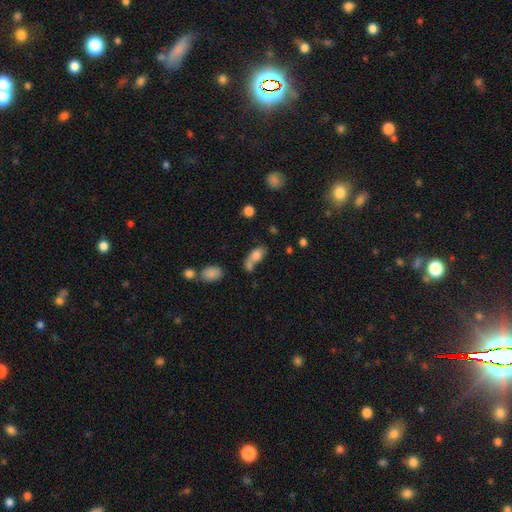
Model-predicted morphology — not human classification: The model was most divided on "merging": merger: 43%, none: 29%, minor disturbance: 15%, major disturbance: 13%. More confident: how rounded — in between (81%); smooth or featured — smooth (76%).